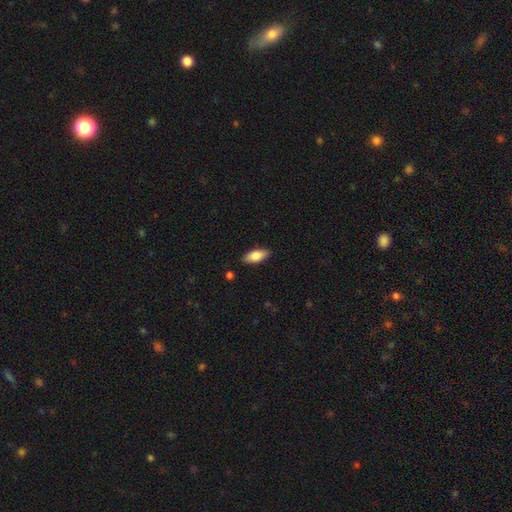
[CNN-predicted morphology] smooth-or-featured: smooth: 80% | featured or disk: 14% | star or artifact: 6%
  how-rounded: in between: 83% | cigar-shaped: 15% | round: 2%
  merging: none: 87% | minor disturbance: 10% | major disturbance: 2% | merger: 1%